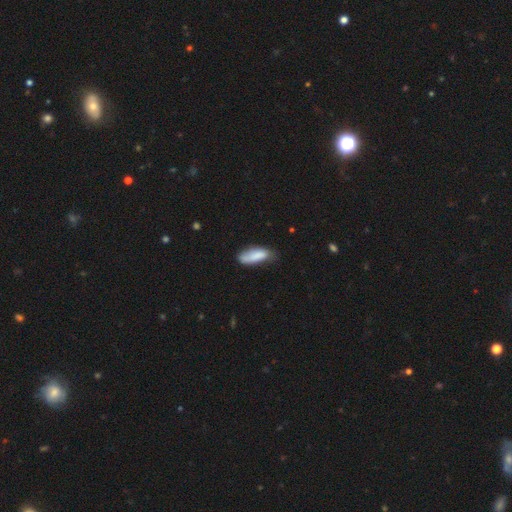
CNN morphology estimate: A smooth galaxy with no disk features (80%) that is in between round and cigar-shaped (68%).

Vote fractions:
- Smooth or featured? smooth: 80% / featured or disk: 13% / star or artifact: 7%
- How rounded? in between: 68% / cigar-shaped: 30% / round: 2%
- Merging? none: 53% / minor disturbance: 35% / major disturbance: 9% / merger: 3%